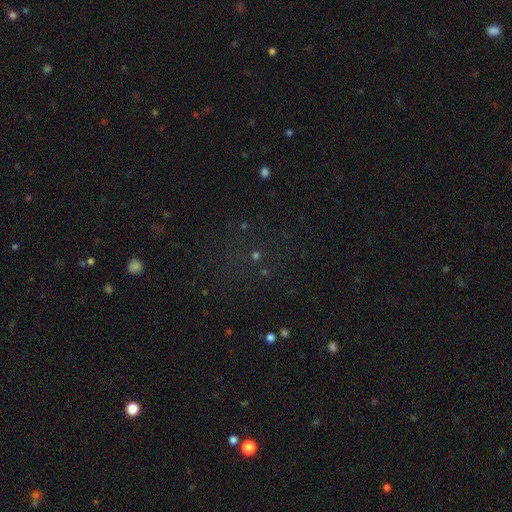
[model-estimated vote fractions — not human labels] Smooth or featured? star or artifact (59%)